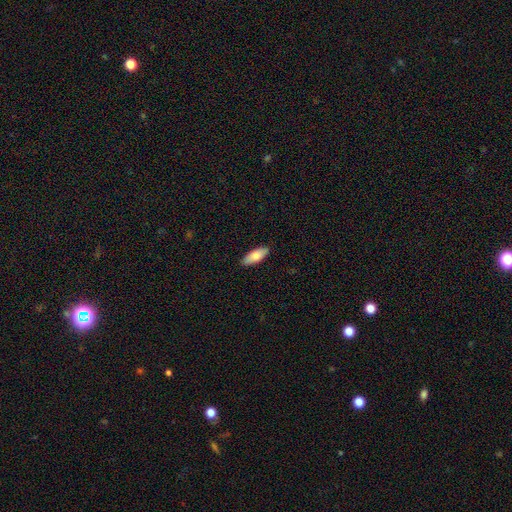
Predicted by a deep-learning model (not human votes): Overall: smooth (79%). How rounded: in between (74%). Merging: none (89%).